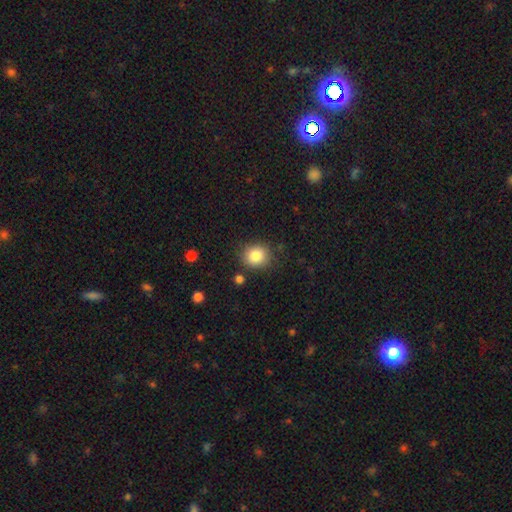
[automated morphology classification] This is clearly a smooth galaxy (84%). How rounded: likely round (79%). Merging: clearly none (84%).